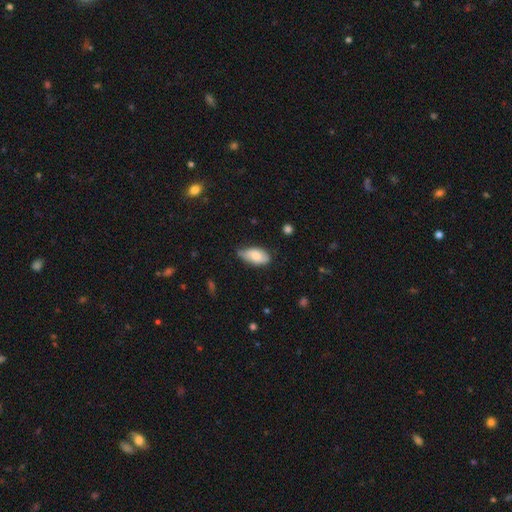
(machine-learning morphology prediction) smooth-or-featured: smooth: 79% | featured or disk: 14% | star or artifact: 7%
  how-rounded: in between: 93% | cigar-shaped: 4% | round: 3%
  merging: none: 62% | minor disturbance: 31% | major disturbance: 5% | merger: 2%